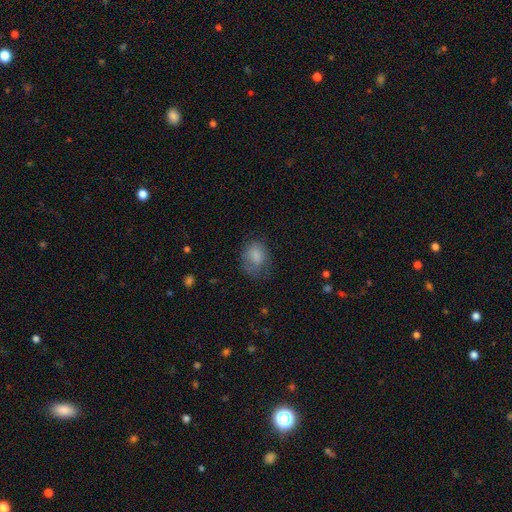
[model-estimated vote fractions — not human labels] A smooth galaxy with no disk features (79%) that is in between round and cigar-shaped (63%).

Vote fractions:
- Smooth or featured? smooth: 79% / featured or disk: 12% / star or artifact: 9%
- How rounded? in between: 63% / round: 36% / cigar-shaped: 1%
- Merging? none: 54% / minor disturbance: 27% / major disturbance: 17% / merger: 2%